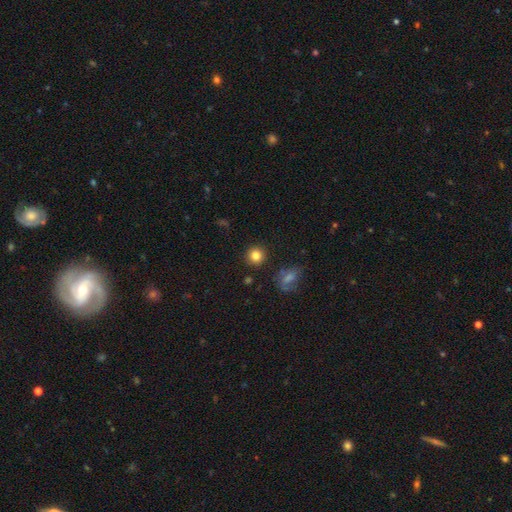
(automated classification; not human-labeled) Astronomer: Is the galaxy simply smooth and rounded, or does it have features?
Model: smooth — 83%.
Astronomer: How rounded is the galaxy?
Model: round — 92%.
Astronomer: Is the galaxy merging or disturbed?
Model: none — 89%.